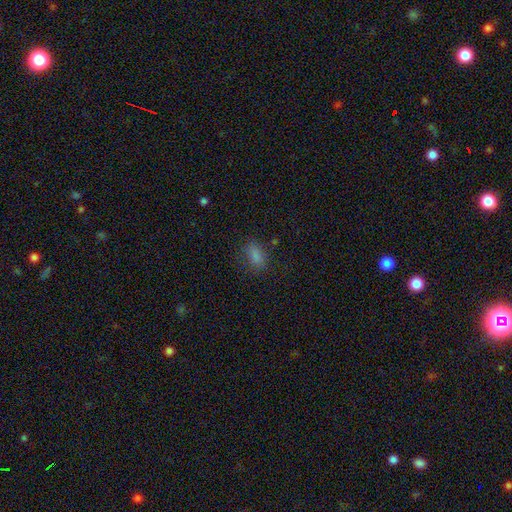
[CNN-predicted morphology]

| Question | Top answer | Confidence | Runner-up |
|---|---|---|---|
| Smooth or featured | smooth | 81% | star or artifact (13%) |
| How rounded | in between | 85% | round (9%) |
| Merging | none | 73% | minor disturbance (18%) |